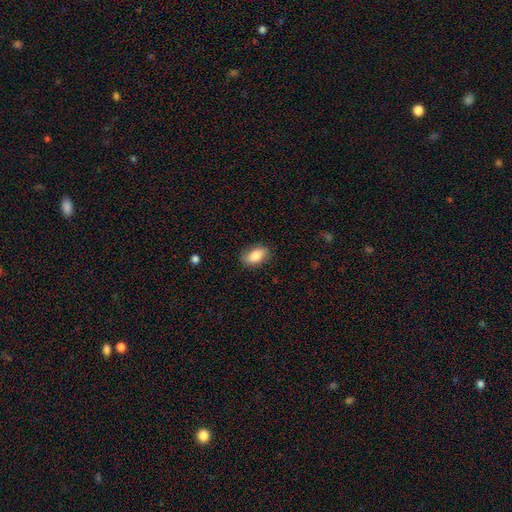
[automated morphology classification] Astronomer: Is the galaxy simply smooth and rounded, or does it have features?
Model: smooth — 82%.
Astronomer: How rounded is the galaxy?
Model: in between — 90%.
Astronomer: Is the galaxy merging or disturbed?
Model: none — 83%.